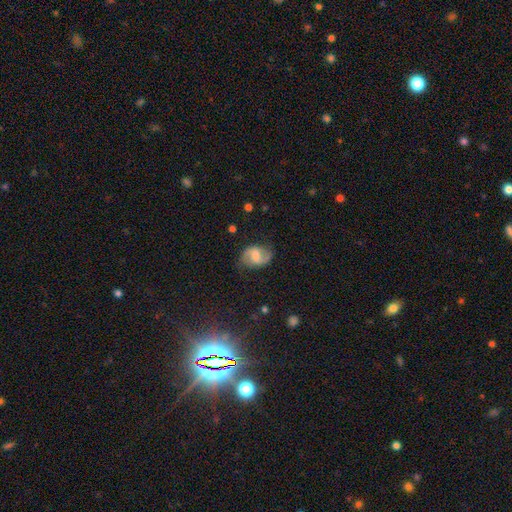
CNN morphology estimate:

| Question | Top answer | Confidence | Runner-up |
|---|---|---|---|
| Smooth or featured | featured or disk | 71% | smooth (22%) |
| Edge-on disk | no | 98% | yes (2%) |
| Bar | weak | 52% | no (24%) |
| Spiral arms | yes | 93% | no (7%) |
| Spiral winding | medium | 45% | loose (42%) |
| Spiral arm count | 2 | 91% | can't tell (4%) |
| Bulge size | none | 34% | moderate (28%) |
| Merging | none | 75% | minor disturbance (17%) |